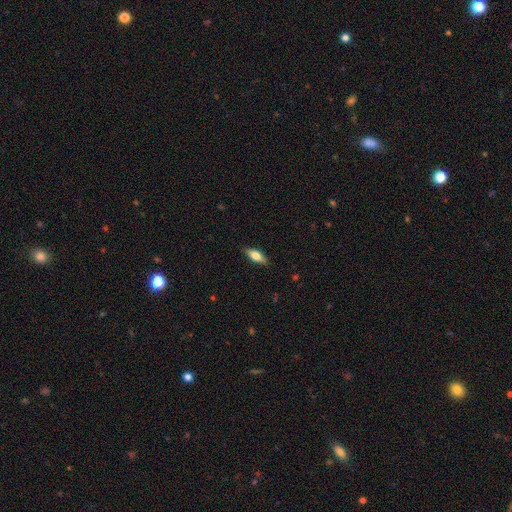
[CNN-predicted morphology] Smooth or featured?
  - smooth: 56% *
  - featured or disk: 37%
  - star or artifact: 7%
How rounded?
  - in between: 65% *
  - cigar-shaped: 32%
  - round: 3%
Merging?
  - none: 87% *
  - minor disturbance: 10%
  - major disturbance: 2%
  - merger: 1%